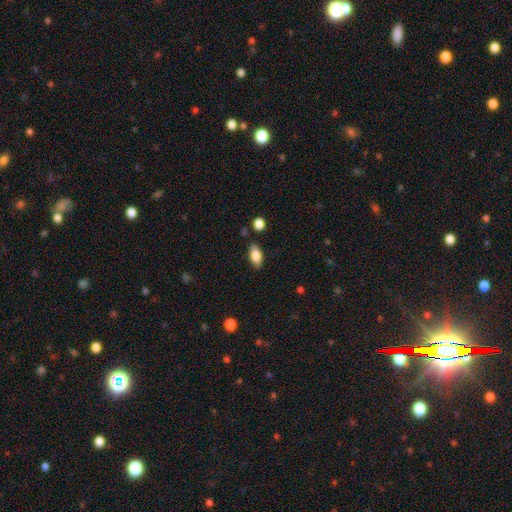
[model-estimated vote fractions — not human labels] The model was most divided on "smooth or featured": smooth: 81%, featured or disk: 12%, star or artifact: 7%. More confident: how rounded — in between (89%); merging — none (84%).